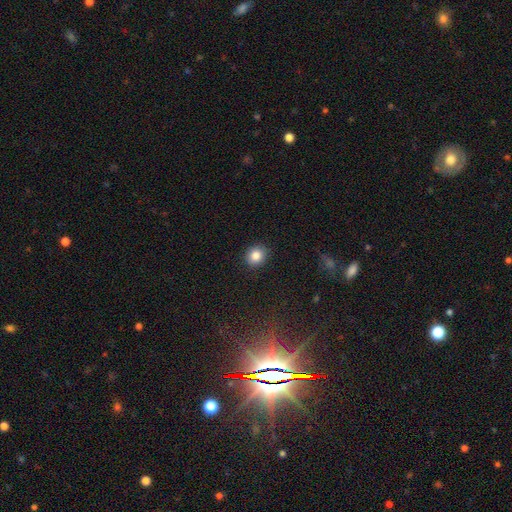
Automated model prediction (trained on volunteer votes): smooth-or-featured: smooth: 85% | star or artifact: 10% | featured or disk: 5%
  how-rounded: round: 77% | in between: 22% | cigar-shaped: 1%
  merging: none: 90% | minor disturbance: 7% | major disturbance: 2% | merger: 1%